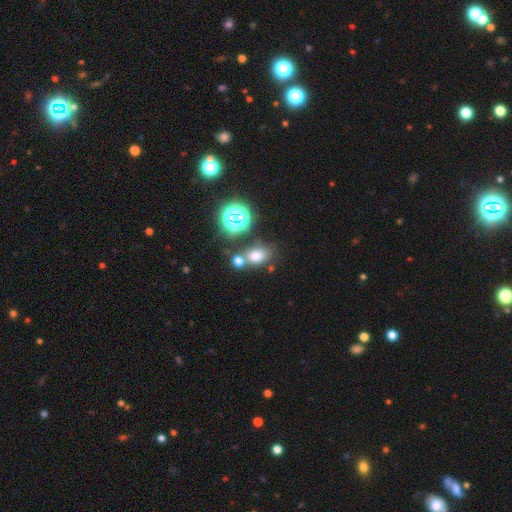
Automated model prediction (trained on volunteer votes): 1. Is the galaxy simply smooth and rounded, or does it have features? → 68% smooth, 23% star or artifact, 9% featured or disk.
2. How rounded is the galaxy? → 66% in between, 32% round, 2% cigar-shaped.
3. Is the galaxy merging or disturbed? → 61% none, 22% merger, 12% minor disturbance, 5% major disturbance.